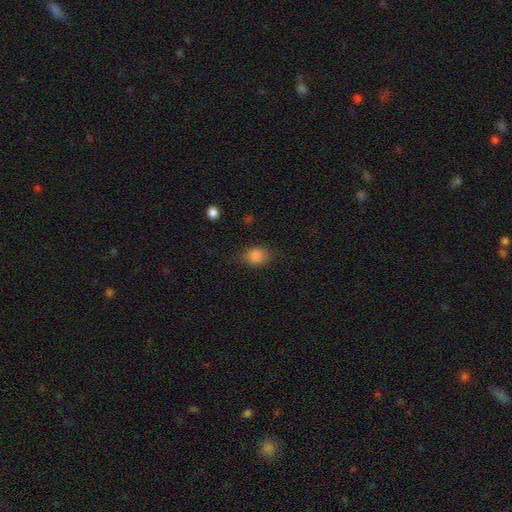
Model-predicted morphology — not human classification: This appears to be a smooth galaxy with no disk features (85%) that is in between round and cigar-shaped (54%). Merging: none (72%).